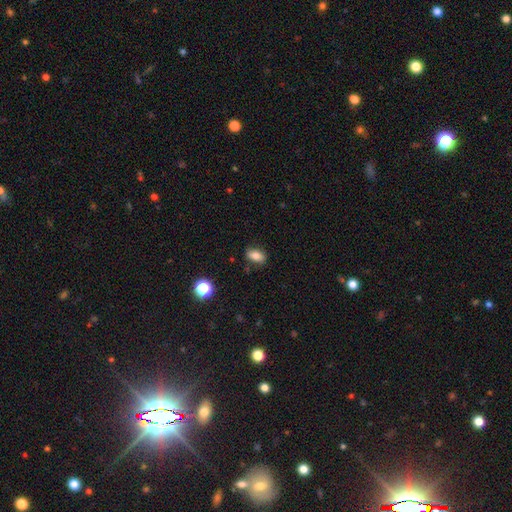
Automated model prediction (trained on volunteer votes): The model was most divided on "smooth or featured": smooth: 80%, featured or disk: 10%, star or artifact: 10%. More confident: how rounded — in between (85%); merging — none (84%).